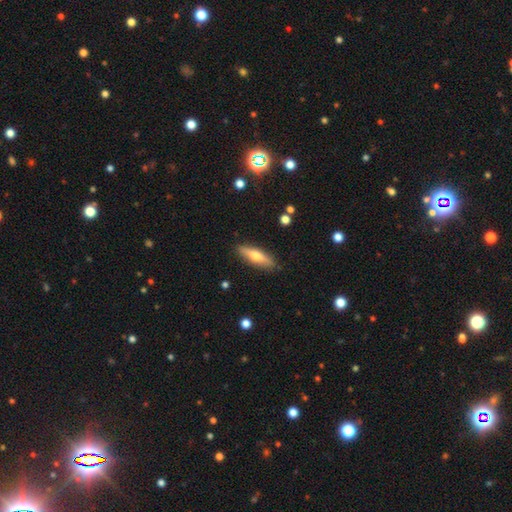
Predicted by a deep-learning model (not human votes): Morphology: type=smooth (55%); roundness=cigar-shaped (65%); merging=none (87%).